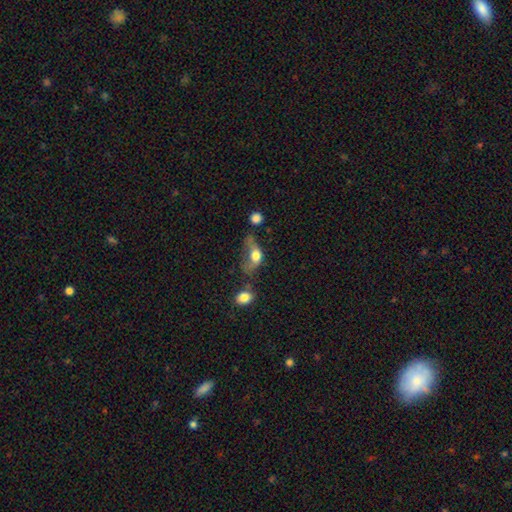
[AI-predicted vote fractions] Smooth or featured? Predicted: smooth (p=0.61). How rounded? Predicted: in between (p=0.69). Merging? Predicted: major disturbance (p=0.47).